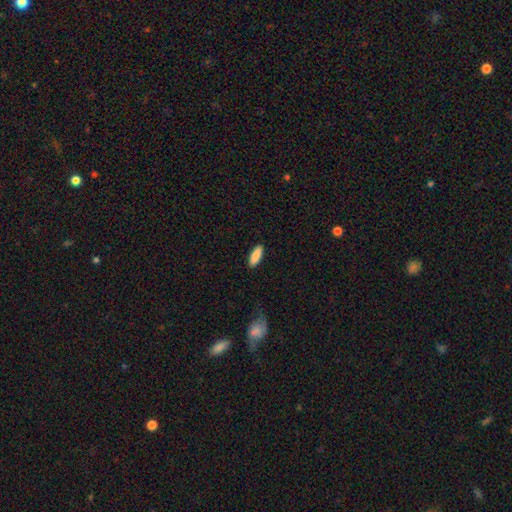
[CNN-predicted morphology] Smooth or featured: smooth — 88% (featured or disk — 6%)
How rounded: in between — 64% (cigar-shaped — 34%)
Merging: none — 88% (minor disturbance — 9%)